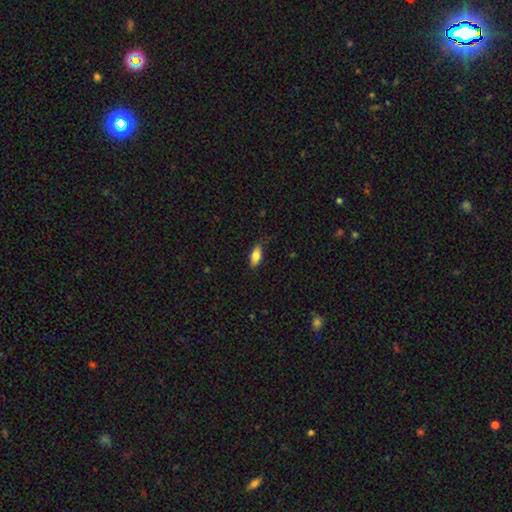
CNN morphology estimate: smooth-or-featured: smooth: 80% | featured or disk: 13% | star or artifact: 7%
  how-rounded: in between: 83% | cigar-shaped: 14% | round: 3%
  merging: none: 78% | minor disturbance: 18% | major disturbance: 3% | merger: 1%